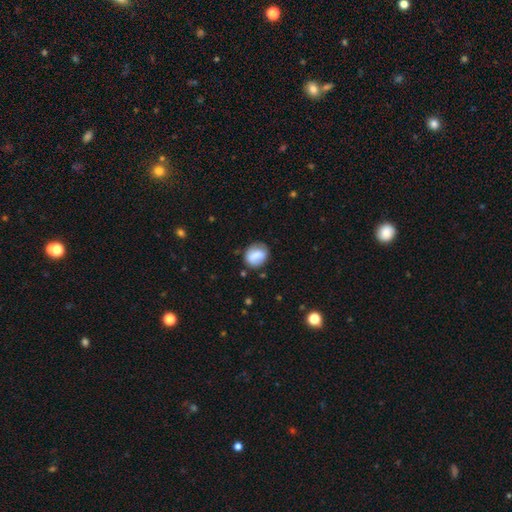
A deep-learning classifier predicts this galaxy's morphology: Smooth or featured? smooth (70%)
How rounded? round (59%)
Merging? none (69%)